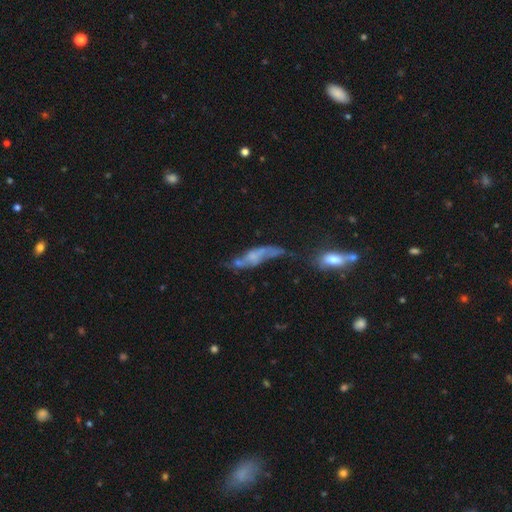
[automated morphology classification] featured or disk 55%, smooth 34%, star or artifact 12%. Down the decision tree: edge-on disk — no (74%); merging — none (29%).